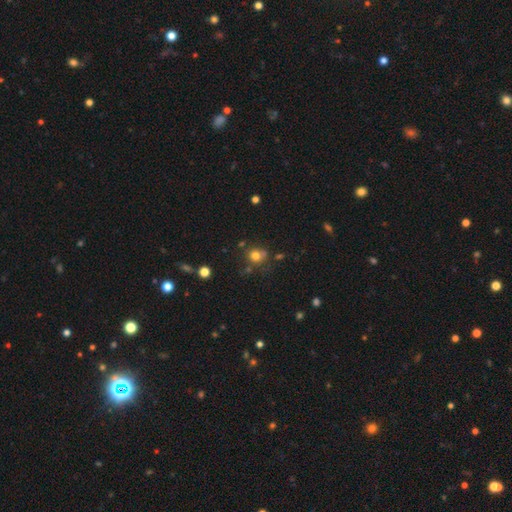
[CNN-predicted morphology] A smooth galaxy with no disk features (77%) that is round (80%). Merging: none (65%).